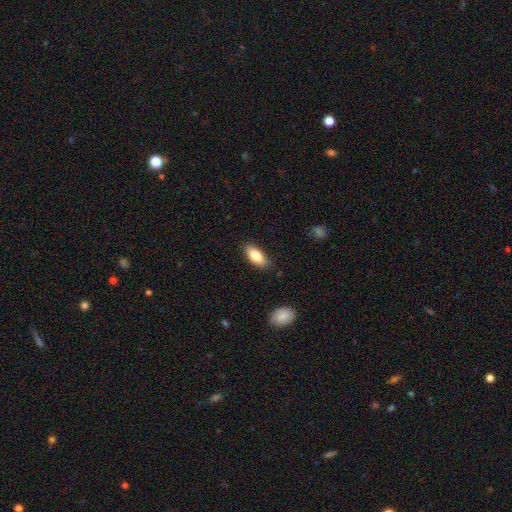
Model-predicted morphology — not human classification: The model was most divided on "smooth or featured": smooth: 82%, featured or disk: 11%, star or artifact: 7%. More confident: how rounded — in between (84%); merging — none (84%).